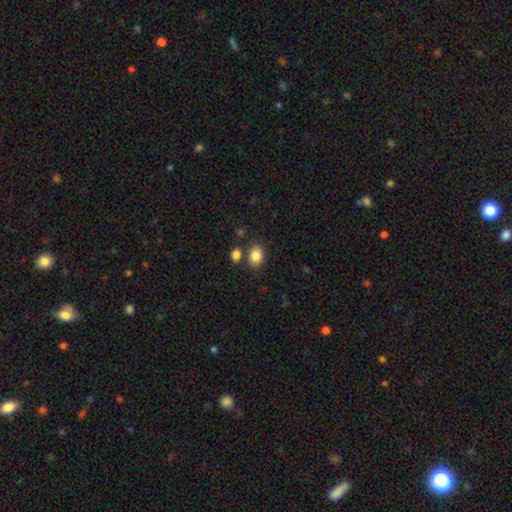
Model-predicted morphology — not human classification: Smooth or featured? Predicted: smooth (p=0.86). How rounded? Predicted: in between (p=0.77). Merging? Predicted: none (p=0.74).